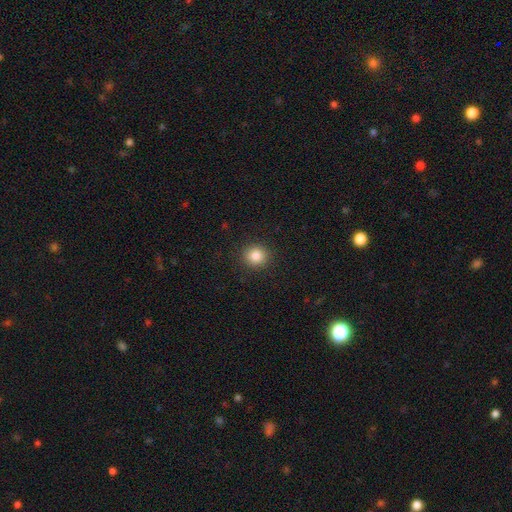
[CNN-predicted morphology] Overall: smooth (85%). How rounded: round (88%). Merging: none (91%).